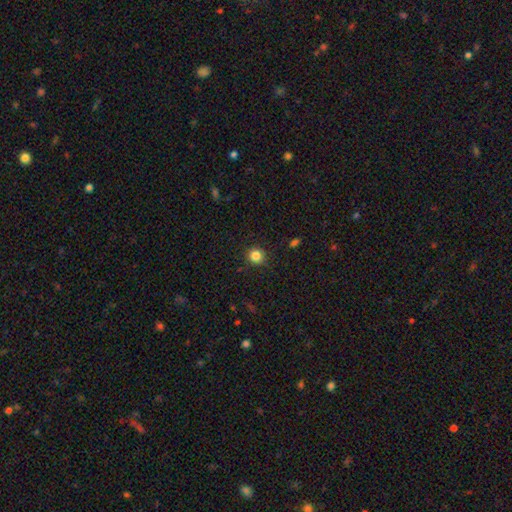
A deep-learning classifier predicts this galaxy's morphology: Smooth or featured?
  - smooth: 84% *
  - star or artifact: 11%
  - featured or disk: 5%
How rounded?
  - round: 91% *
  - in between: 8%
  - cigar-shaped: 1%
Merging?
  - none: 89% *
  - minor disturbance: 7%
  - major disturbance: 2%
  - merger: 1%